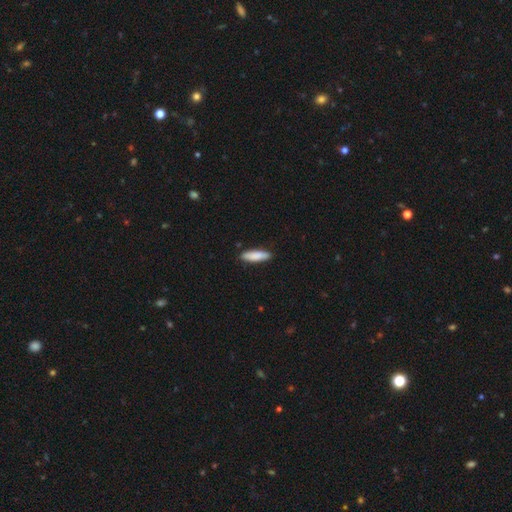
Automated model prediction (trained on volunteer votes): This appears to be a smooth galaxy with no disk features (86%) that is cigar-shaped (67%). Merging: none (88%).